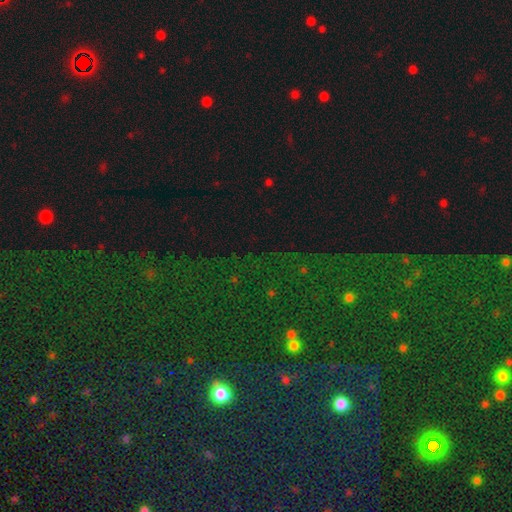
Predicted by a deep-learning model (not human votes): star or artifact 77%, smooth 13%, featured or disk 9%.